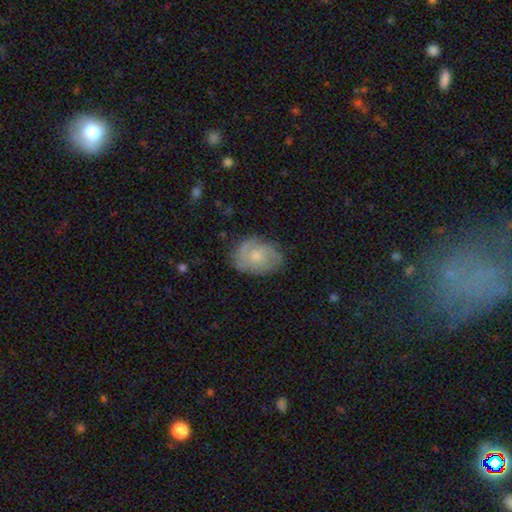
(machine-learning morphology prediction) This is possibly a featured or disk galaxy (49%). Merging: likely none (69%).